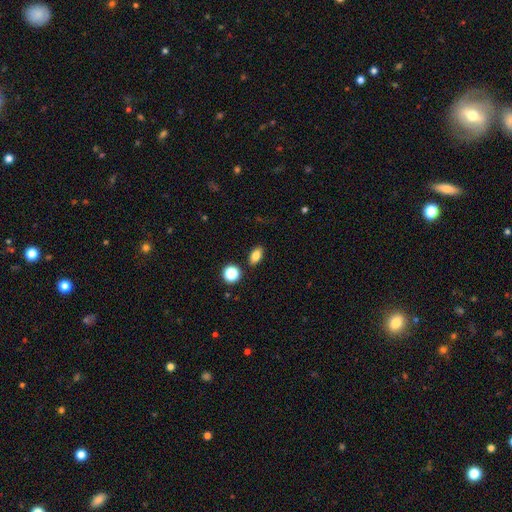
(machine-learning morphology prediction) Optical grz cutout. It shows a smooth galaxy with no disk features (81%) that is in between round and cigar-shaped (84%). Merging: none (85%).